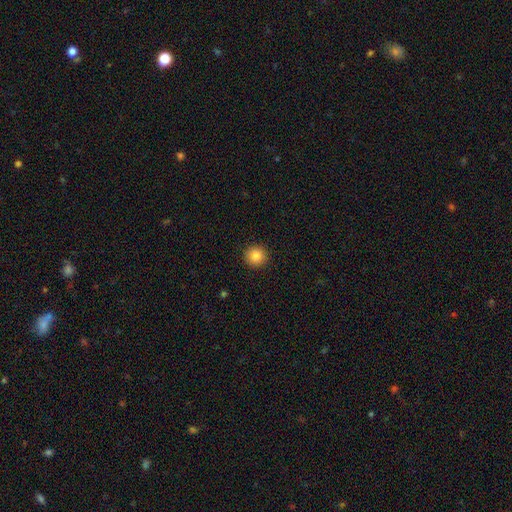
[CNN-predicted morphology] smooth-or-featured: smooth: 85% | star or artifact: 10% | featured or disk: 5%
  how-rounded: round: 94% | in between: 5% | cigar-shaped: 1%
  merging: none: 93% | minor disturbance: 5% | major disturbance: 2% | merger: 1%